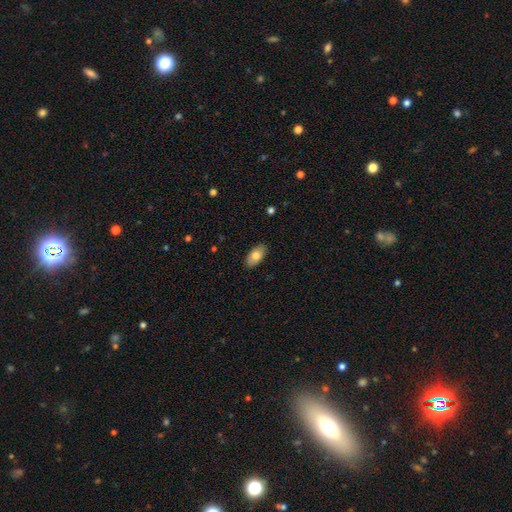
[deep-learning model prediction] smooth-or-featured: smooth: 77% | featured or disk: 16% | star or artifact: 6%
  how-rounded: in between: 94% | round: 3% | cigar-shaped: 3%
  merging: none: 88% | minor disturbance: 9% | major disturbance: 2% | merger: 1%